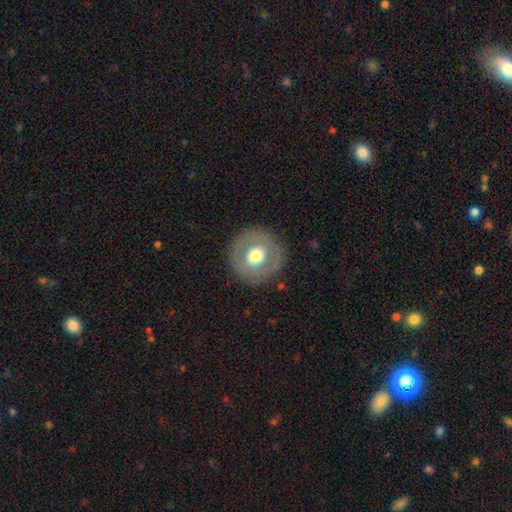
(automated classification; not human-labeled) This appears to be a smooth galaxy with no disk features (57%) that is round (93%). Merging: none (86%).